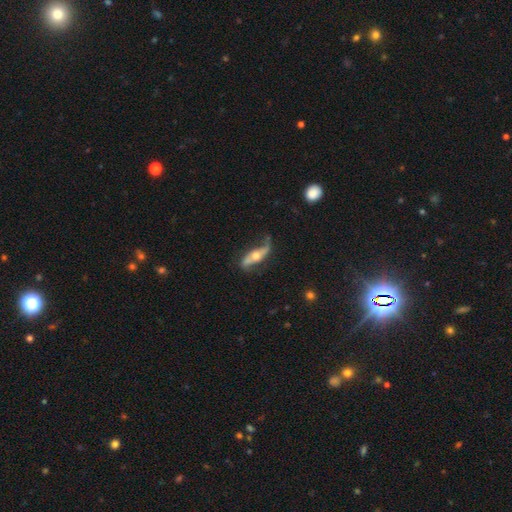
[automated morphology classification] Overall: featured or disk (70%). Edge-on disk: no (61%; yes 39%). Merging: none (57%; minor disturbance 26%).